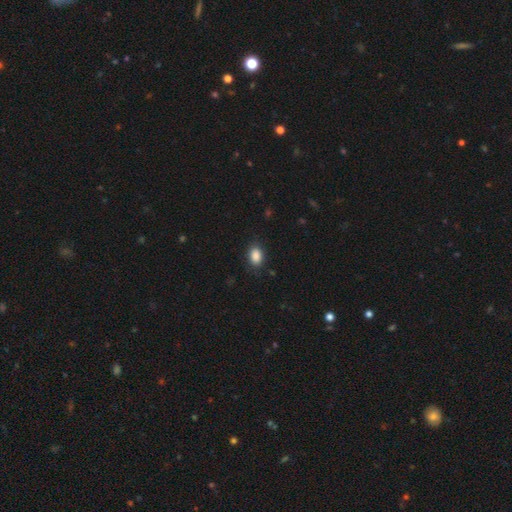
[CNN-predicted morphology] A smooth galaxy with no disk features (88%) that is in between round and cigar-shaped (81%). Merging: none (85%).